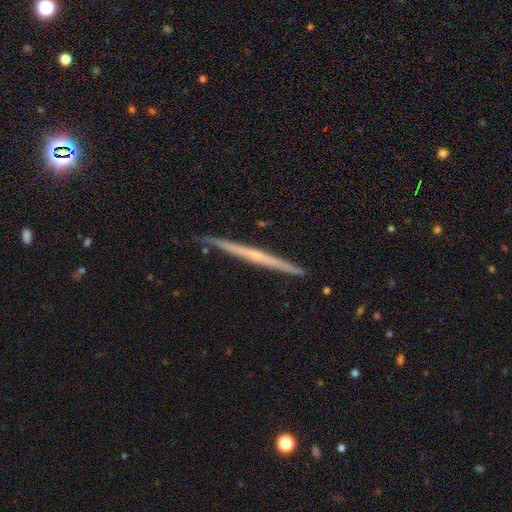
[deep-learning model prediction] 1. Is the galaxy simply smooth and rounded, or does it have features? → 70% featured or disk, 24% smooth, 6% star or artifact.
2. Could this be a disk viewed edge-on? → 98% yes, 2% no.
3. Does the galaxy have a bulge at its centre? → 62% none, 33% rounded, 5% boxy.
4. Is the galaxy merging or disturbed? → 91% none, 7% minor disturbance, 1% major disturbance, 1% merger.